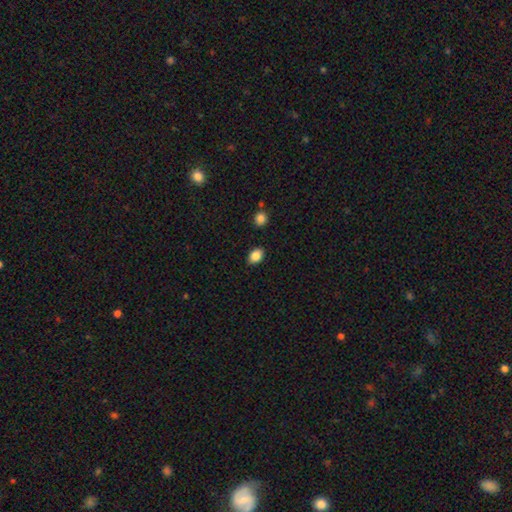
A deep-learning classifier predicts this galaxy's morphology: Overall: smooth (87%). How rounded: in between (80%). Merging: none (87%).